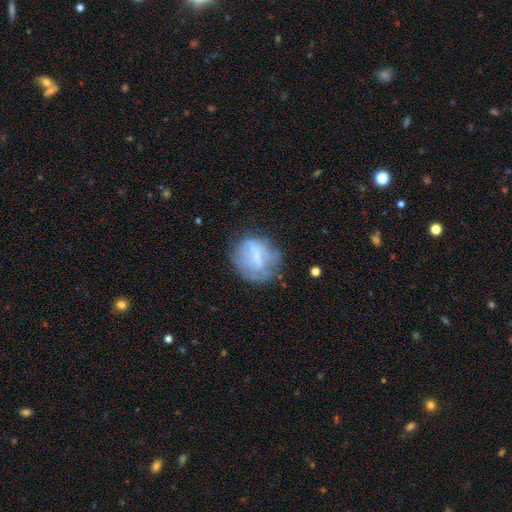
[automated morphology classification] Smooth or featured: featured or disk — 46% (smooth — 44%)
Merging: none — 58% (minor disturbance — 24%)